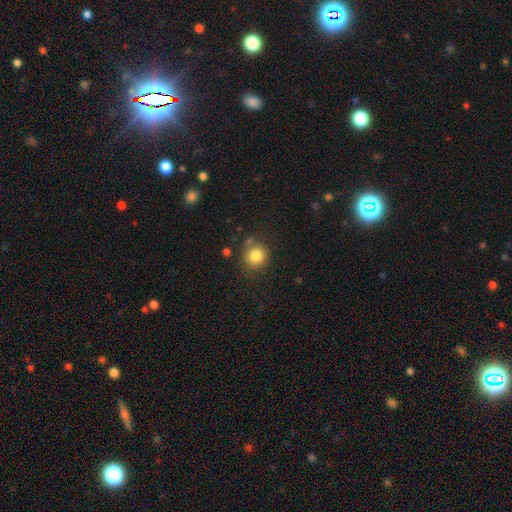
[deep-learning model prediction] The model was most divided on "merging": none: 78%, minor disturbance: 13%, merger: 5%, major disturbance: 4%. More confident: how rounded — round (90%); smooth or featured — smooth (82%).